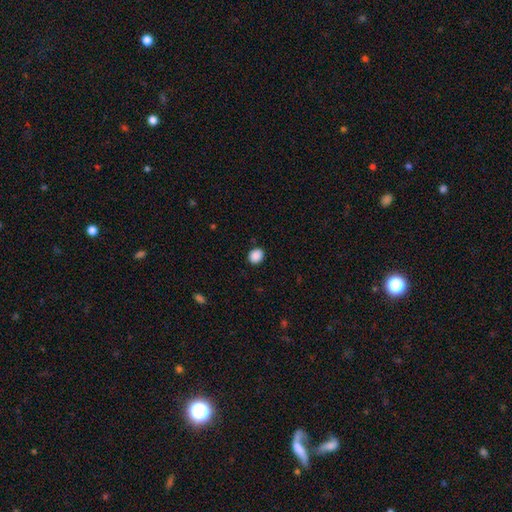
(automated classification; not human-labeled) The model was most divided on "how rounded": round: 62%, in between: 37%, cigar-shaped: 1%. More confident: smooth or featured — smooth (89%); merging — none (88%).